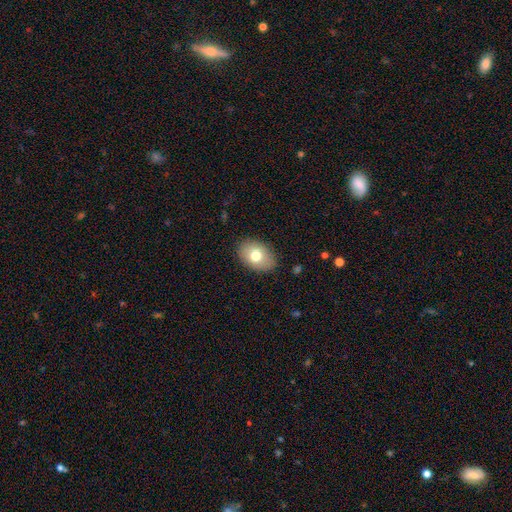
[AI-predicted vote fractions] This is likely a smooth galaxy (75%). How rounded: clearly in between (81%). Merging: clearly none (87%).